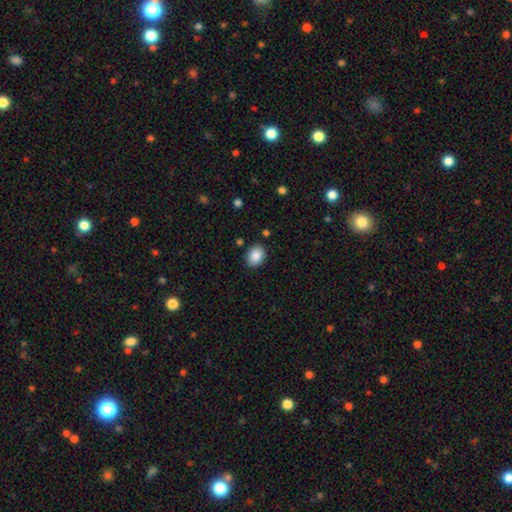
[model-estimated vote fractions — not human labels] This appears to be a smooth galaxy with no disk features (88%) that is in between round and cigar-shaped (68%). Merging: none (87%).